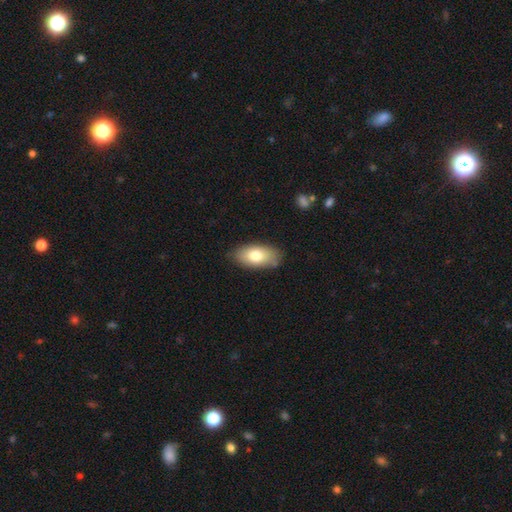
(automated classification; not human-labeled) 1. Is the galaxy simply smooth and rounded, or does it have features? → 76% smooth, 17% featured or disk, 7% star or artifact.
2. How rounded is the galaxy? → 92% in between, 4% round, 3% cigar-shaped.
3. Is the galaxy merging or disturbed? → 80% none, 15% minor disturbance, 3% major disturbance, 2% merger.